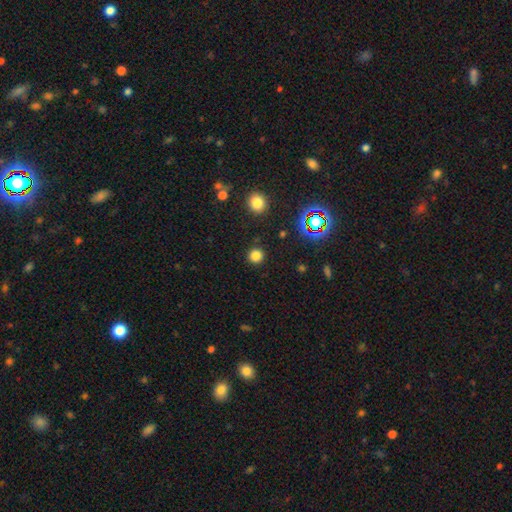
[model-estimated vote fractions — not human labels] Q: Smooth or featured?
A: smooth (78%); runner-up: star or artifact (18%)
Q: How rounded?
A: round (93%); runner-up: in between (6%)
Q: Merging?
A: none (89%); runner-up: minor disturbance (6%)